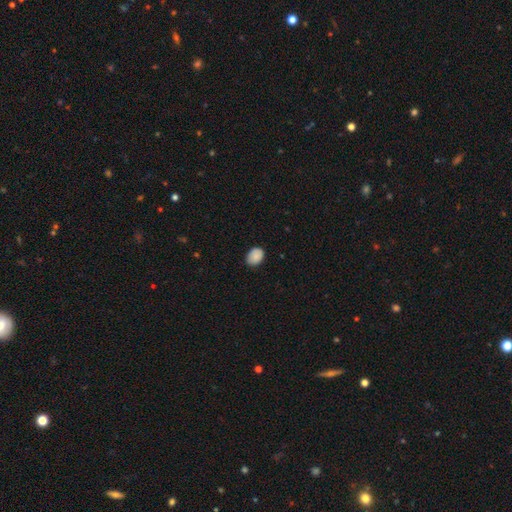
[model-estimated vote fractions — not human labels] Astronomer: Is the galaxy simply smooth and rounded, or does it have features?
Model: smooth — 87%.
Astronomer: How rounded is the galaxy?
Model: in between — 68%.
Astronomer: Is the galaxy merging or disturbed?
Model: none — 80%.